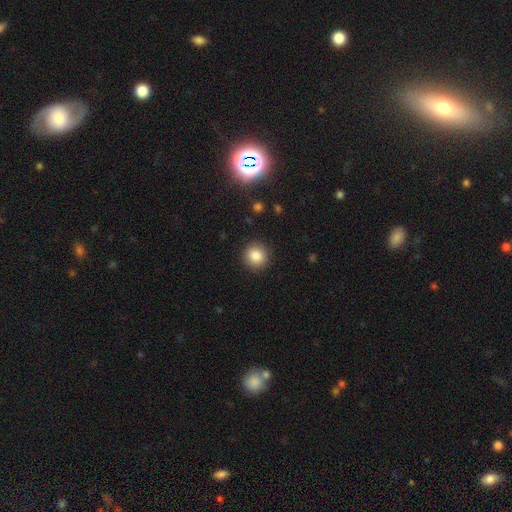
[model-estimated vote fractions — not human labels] Smooth or featured? Predicted: smooth (p=0.84). How rounded? Predicted: round (p=0.90). Merging? Predicted: none (p=0.90).